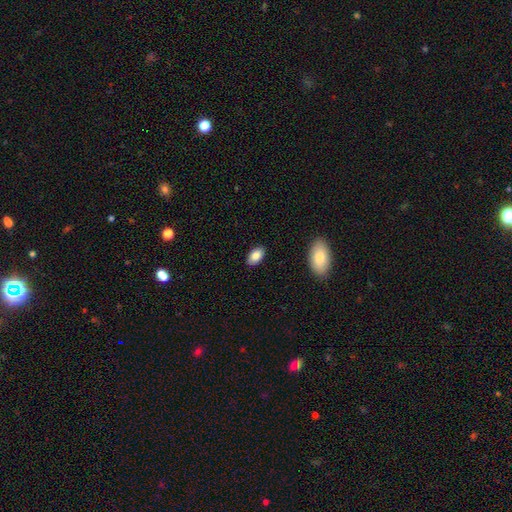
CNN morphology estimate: type=smooth (85%); roundness=in between (94%); merging=none (88%).